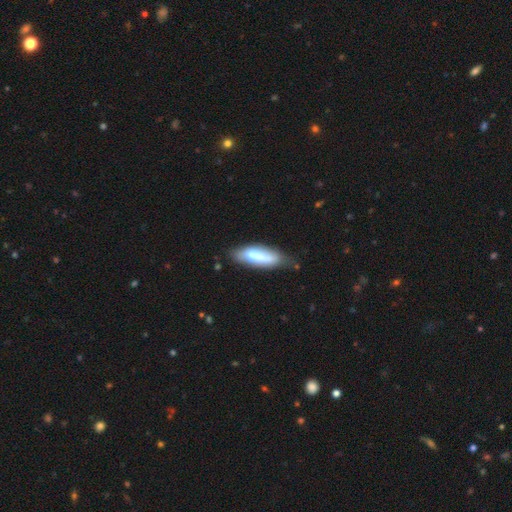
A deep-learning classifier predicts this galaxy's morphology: Overall: smooth (60%; featured or disk 32%). How rounded: cigar-shaped (53%; in between 45%). Merging: none (61%; minor disturbance 27%).